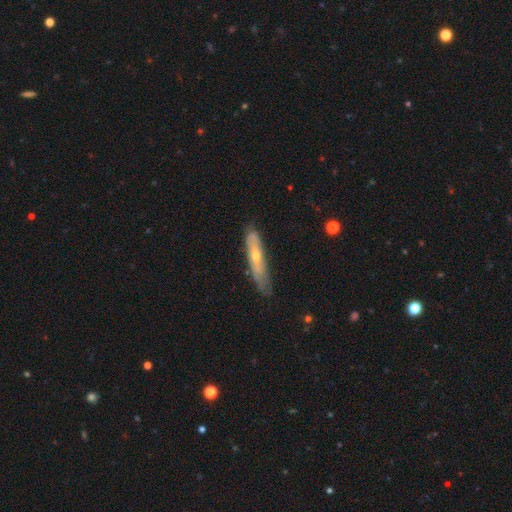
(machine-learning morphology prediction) featured or disk 52%, smooth 42%, star or artifact 7%. Down the decision tree: edge-on disk — yes (61%); merging — none (67%).